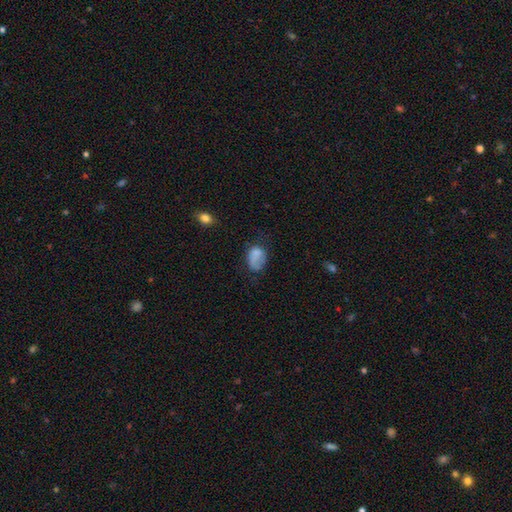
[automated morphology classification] This appears to be a smooth galaxy with no disk features (72%) that is in between round and cigar-shaped (79%). Merging: none (36%).